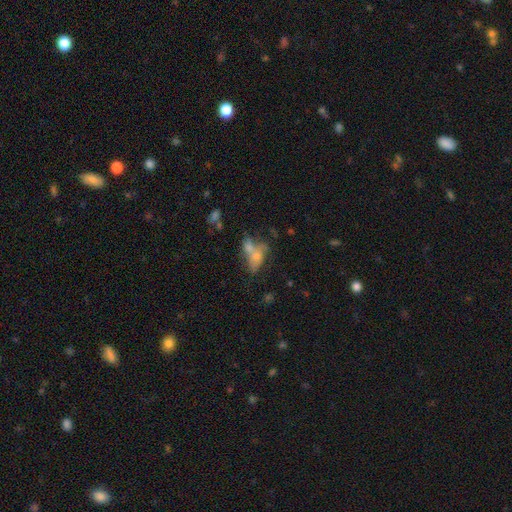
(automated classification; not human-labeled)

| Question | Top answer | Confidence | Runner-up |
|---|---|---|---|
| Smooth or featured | smooth | 52% | featured or disk (31%) |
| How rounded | in between | 76% | round (15%) |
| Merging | merger | 49% | none (28%) |